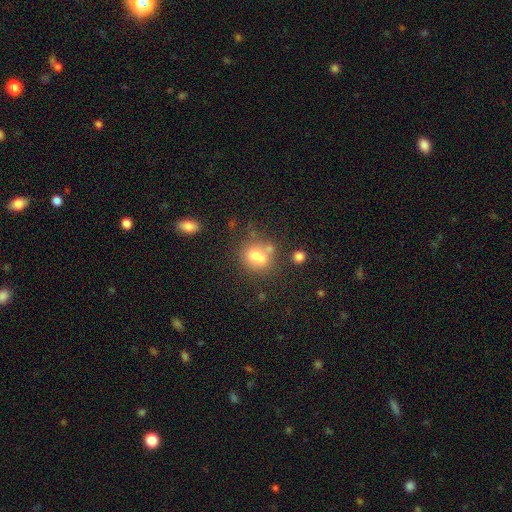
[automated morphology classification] Smooth or featured: smooth — 70% (featured or disk — 18%)
How rounded: round — 62% (in between — 36%)
Merging: none — 48% (merger — 32%)